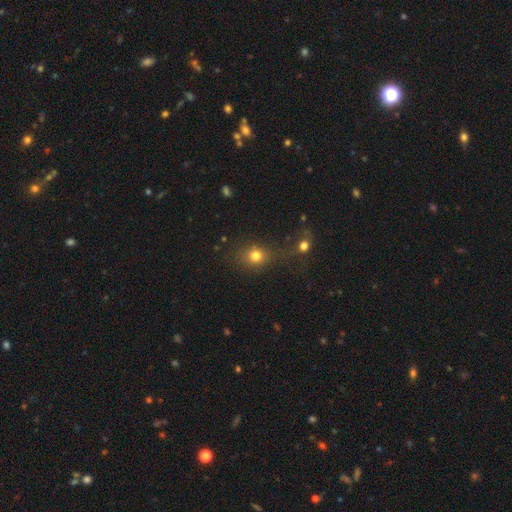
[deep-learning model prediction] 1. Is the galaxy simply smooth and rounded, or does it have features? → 75% smooth, 17% star or artifact, 8% featured or disk.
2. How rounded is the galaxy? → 75% round, 24% in between, 2% cigar-shaped.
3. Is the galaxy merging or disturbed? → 54% none, 24% merger, 12% minor disturbance, 10% major disturbance.